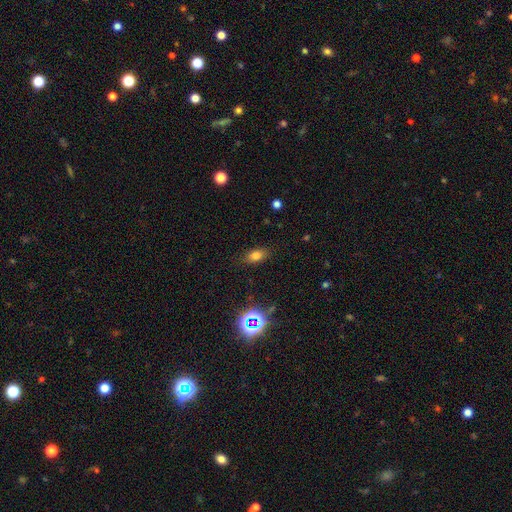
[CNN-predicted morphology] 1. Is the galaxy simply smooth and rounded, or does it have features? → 73% smooth, 16% star or artifact, 11% featured or disk.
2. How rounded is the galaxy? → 81% in between, 12% round, 7% cigar-shaped.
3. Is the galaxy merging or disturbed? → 84% none, 11% minor disturbance, 3% major disturbance, 1% merger.